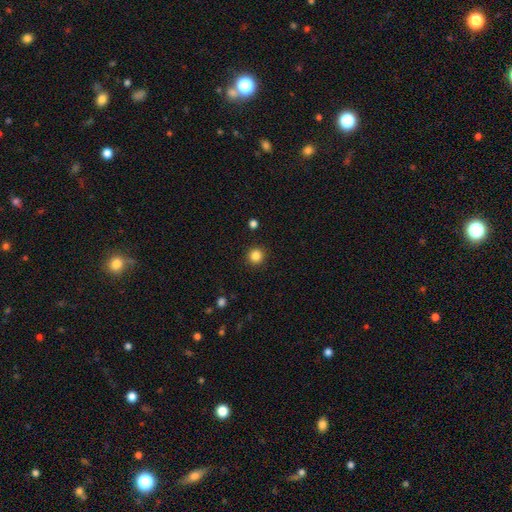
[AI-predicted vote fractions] This is clearly a smooth galaxy (85%). How rounded: clearly round (95%). Merging: clearly none (92%).